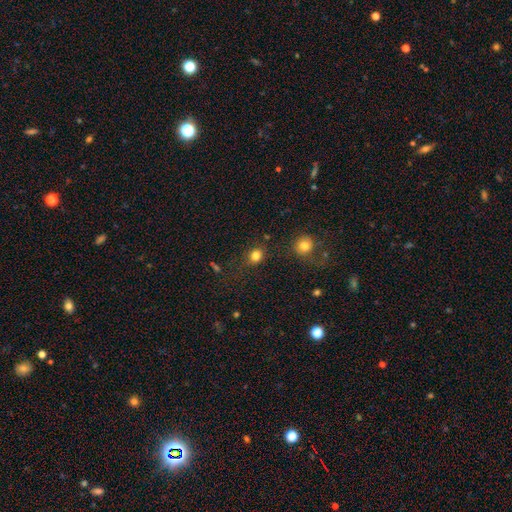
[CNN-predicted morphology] The model was most divided on "how rounded": round: 65%, in between: 34%, cigar-shaped: 1%. More confident: smooth or featured — smooth (82%); merging — none (79%).